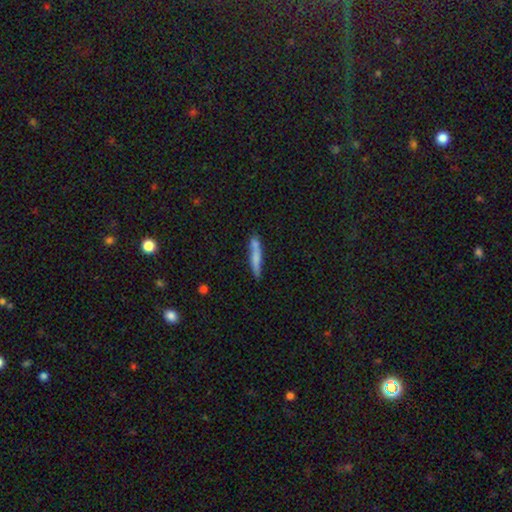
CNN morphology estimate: This is likely a smooth galaxy (68%). How rounded: clearly cigar-shaped (91%). Merging: likely none (68%).